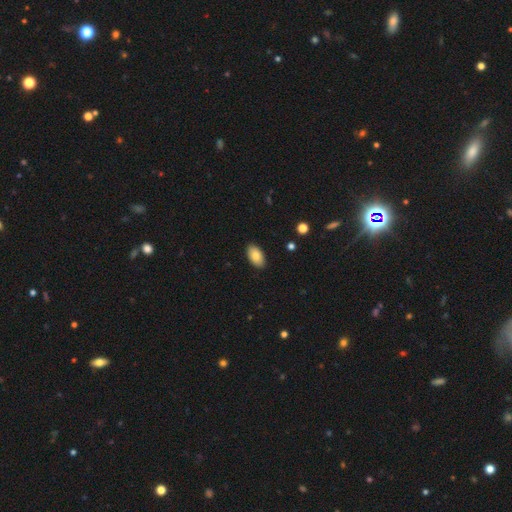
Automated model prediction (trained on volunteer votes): Smooth or featured?
  - smooth: 83% *
  - featured or disk: 10%
  - star or artifact: 7%
How rounded?
  - in between: 95% *
  - round: 4%
  - cigar-shaped: 2%
Merging?
  - none: 89% *
  - minor disturbance: 8%
  - major disturbance: 2%
  - merger: 1%